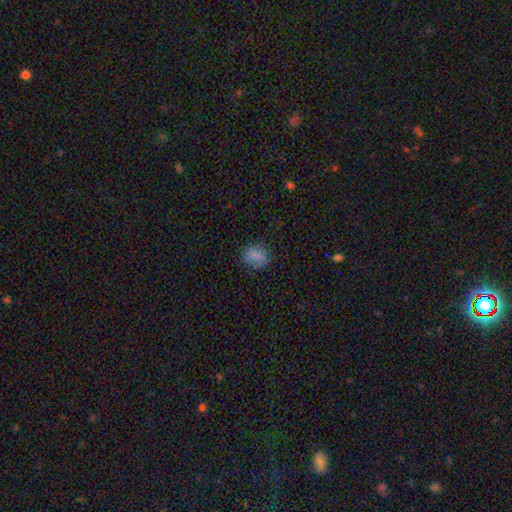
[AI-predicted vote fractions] This appears to be a smooth galaxy with no disk features (81%) that is round (50%). Merging: none (77%).